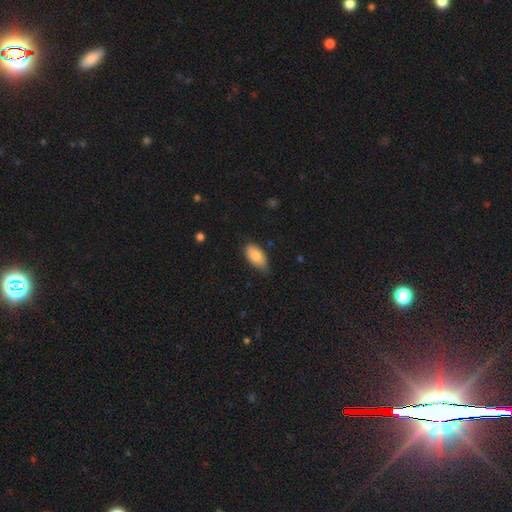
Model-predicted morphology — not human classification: Smooth or featured?
  - smooth: 83% *
  - featured or disk: 11%
  - star or artifact: 7%
How rounded?
  - in between: 93% *
  - cigar-shaped: 4%
  - round: 3%
Merging?
  - none: 69% *
  - minor disturbance: 26%
  - major disturbance: 3%
  - merger: 1%